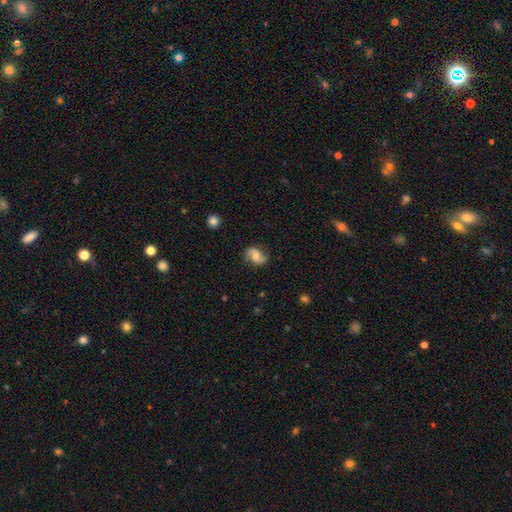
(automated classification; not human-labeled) featured or disk 61%, smooth 31%, star or artifact 8%. Down the decision tree: edge-on disk — no (97%); bar — no (57%); spiral arms — yes (91%); spiral arm count — 2 (91%); spiral winding — loose (56%); bulge size — moderate (63%); merging — none (78%).